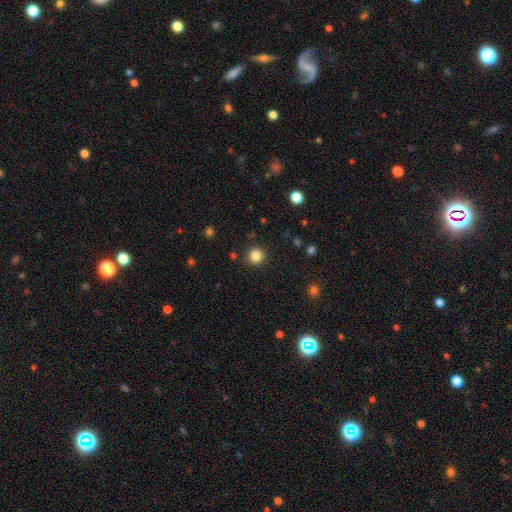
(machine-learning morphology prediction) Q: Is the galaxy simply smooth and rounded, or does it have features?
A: smooth — 84%.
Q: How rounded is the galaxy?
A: round — 95%.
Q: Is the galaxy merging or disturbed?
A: none — 91%.